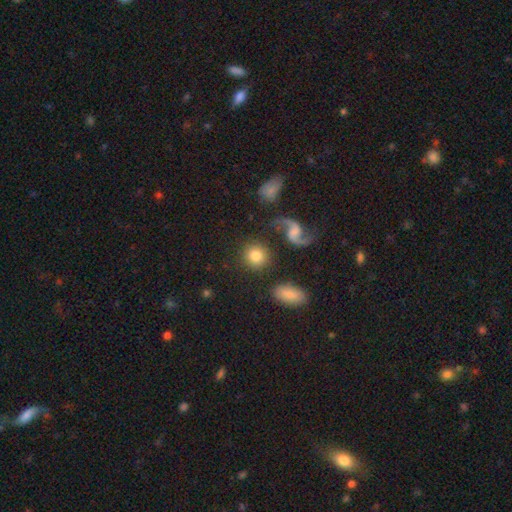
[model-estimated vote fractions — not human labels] smooth_or_featured: smooth (p=0.74) [alt: featured or disk p=0.17]
how_rounded: round (p=0.91) [alt: in between p=0.08]
merging: none (p=0.79) [alt: minor disturbance p=0.09]